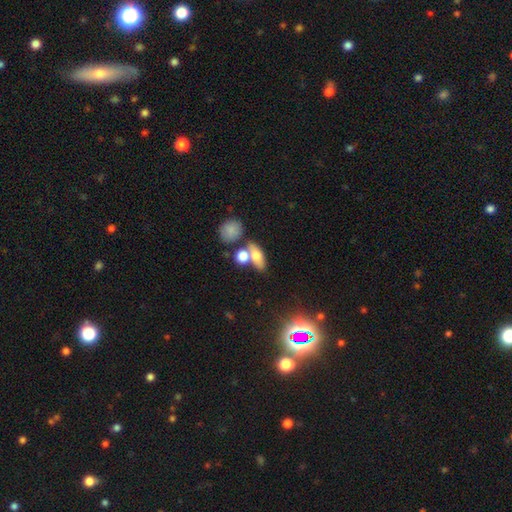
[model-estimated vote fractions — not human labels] This appears to be a smooth galaxy with no disk features (68%) that is in between round and cigar-shaped (66%). Merging: none (47%).